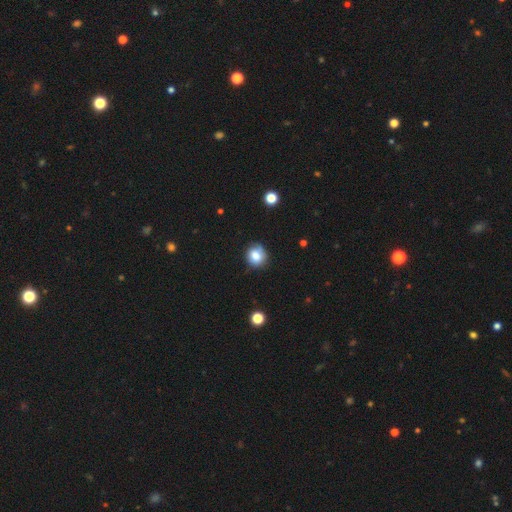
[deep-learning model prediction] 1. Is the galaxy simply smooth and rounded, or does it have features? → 80% smooth, 10% star or artifact, 10% featured or disk.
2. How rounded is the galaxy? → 84% round, 16% in between, 1% cigar-shaped.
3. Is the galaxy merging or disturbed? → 76% none, 18% minor disturbance, 4% major disturbance, 2% merger.